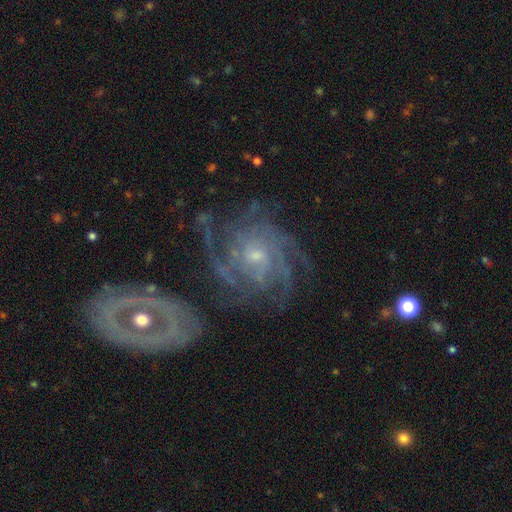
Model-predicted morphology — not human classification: smooth-or-featured: featured or disk: 87% | star or artifact: 8% | smooth: 6%
  disk-edge-on: no: 97% | yes: 3%
    bar: no: 66% | weak: 26% | strong: 8%
    has-spiral-arms: yes: 97% | no: 3%
      spiral-winding: tight: 65% | medium: 28% | loose: 6%
      spiral-arm-count: 4: 25% (tied) | can't tell: 25% (tied) | more than 4: 17% | 3: 16% | 2: 9% | 1: 7%
    bulge-size: small: 66% | moderate: 28% | none: 3% | large: 2% | dominant: 1%
  merging: none: 65% | minor disturbance: 16% | major disturbance: 10% | merger: 9%